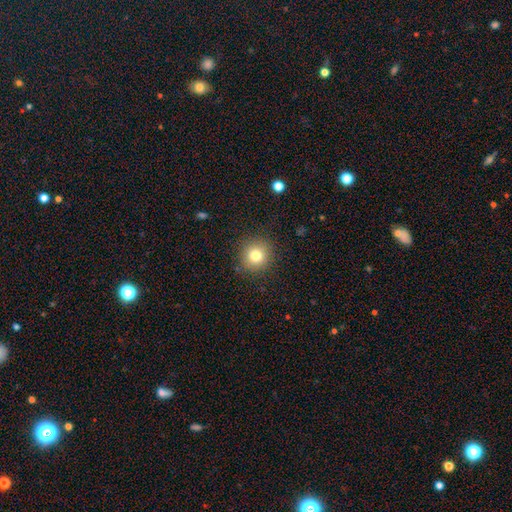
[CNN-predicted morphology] smooth-or-featured: smooth: 79% | star or artifact: 12% | featured or disk: 9%
  how-rounded: round: 90% | in between: 9% | cigar-shaped: 1%
  merging: none: 88% | minor disturbance: 8% | major disturbance: 3% | merger: 1%